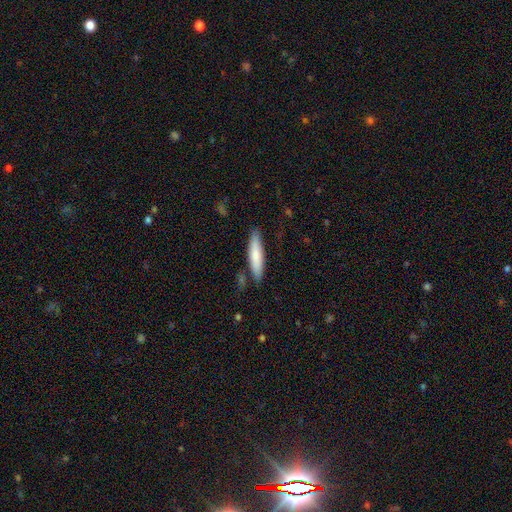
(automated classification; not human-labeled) smooth 78%, featured or disk 16%, star or artifact 5%. Down the decision tree: how rounded — cigar-shaped (80%); merging — none (82%).